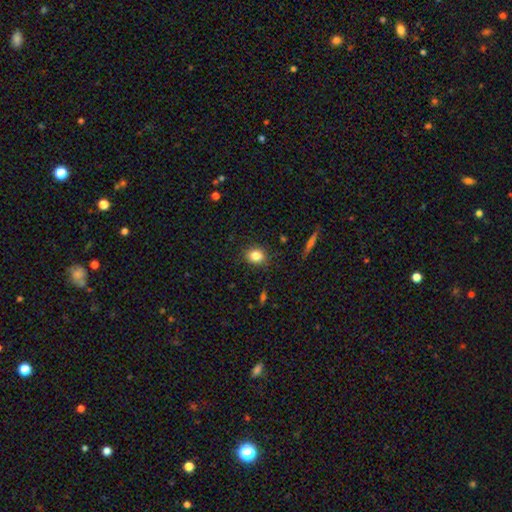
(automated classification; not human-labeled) Overall: smooth (82%). How rounded: round (64%; in between 35%). Merging: none (88%).